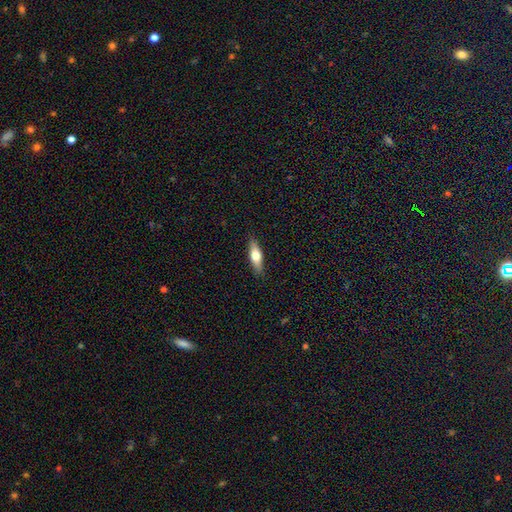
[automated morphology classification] smooth_or_featured: smooth (p=0.60) [alt: featured or disk p=0.35]
how_rounded: cigar-shaped (p=0.51) [alt: in between p=0.46]
merging: none (p=0.89) [alt: minor disturbance p=0.09]